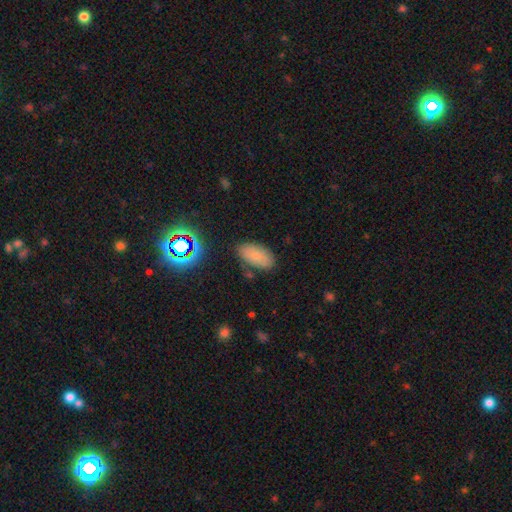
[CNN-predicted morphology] type=smooth (74%); roundness=in between (93%); merging=none (79%).